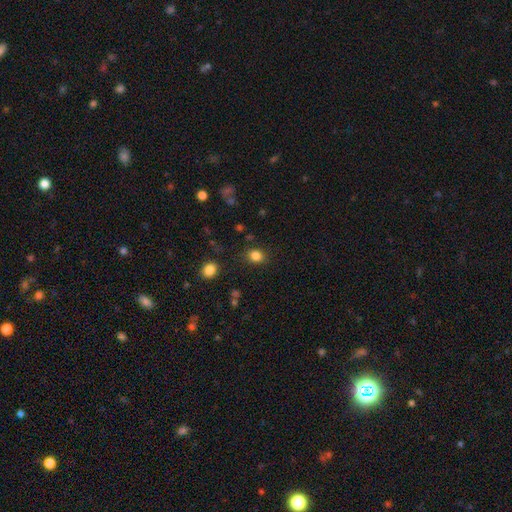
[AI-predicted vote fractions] The model was most divided on "how rounded": round: 57%, in between: 42%, cigar-shaped: 1%. More confident: merging — none (84%); smooth or featured — smooth (83%).